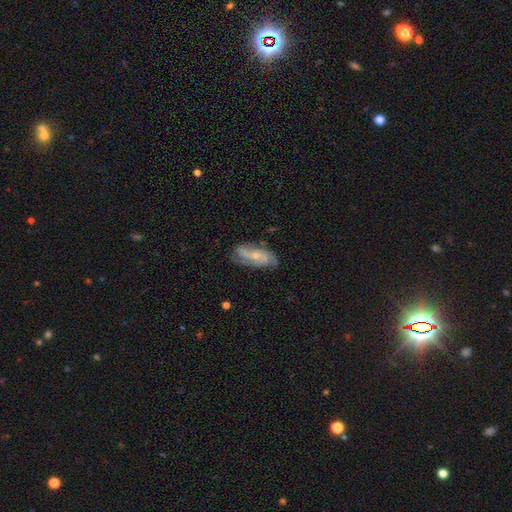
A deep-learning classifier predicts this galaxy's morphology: Smooth or featured?
  - featured or disk: 70% *
  - smooth: 22%
  - star or artifact: 7%
Edge-on disk?
  - no: 91% *
  - yes: 9%
Bar?
  - no: 61% *
  - weak: 30%
  - strong: 9%
Spiral arms?
  - yes: 90% *
  - no: 10%
Spiral winding?
  - medium: 43% *
  - loose: 29%
  - tight: 28%
Spiral arm count?
  - 2: 48% *
  - can't tell: 21%
  - 3: 19%
  - 4: 5%
  - 1: 4%
  - more than 4: 3%
Bulge size?
  - small: 63% *
  - moderate: 30%
  - none: 4%
  - large: 1%
  - dominant: 1%
Merging?
  - none: 68% *
  - minor disturbance: 23%
  - major disturbance: 8%
  - merger: 2%